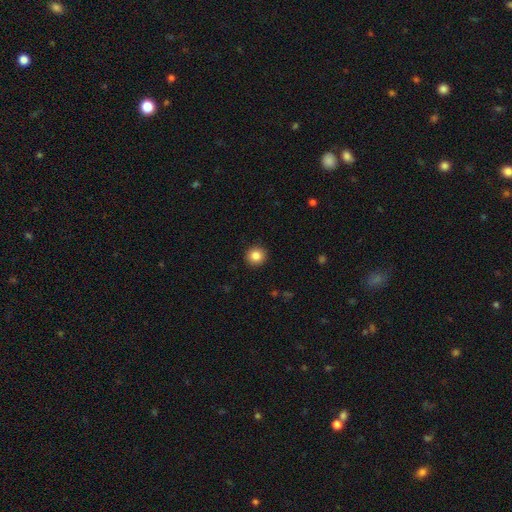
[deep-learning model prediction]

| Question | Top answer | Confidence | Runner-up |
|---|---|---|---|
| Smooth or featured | smooth | 86% | star or artifact (10%) |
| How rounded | round | 93% | in between (6%) |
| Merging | none | 93% | minor disturbance (5%) |